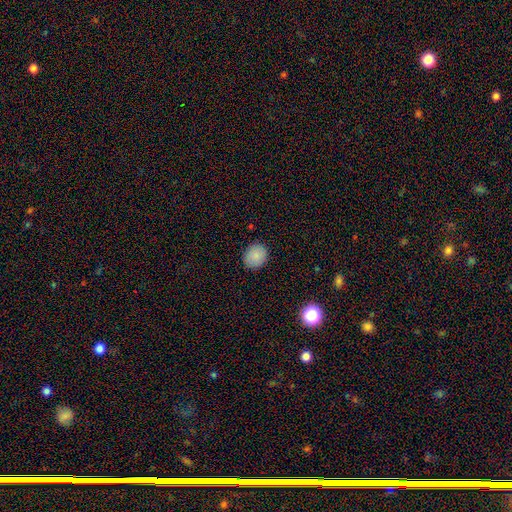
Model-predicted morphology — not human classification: Q: Smooth or featured?
A: smooth (86%); runner-up: star or artifact (9%)
Q: How rounded?
A: round (72%); runner-up: in between (27%)
Q: Merging?
A: none (88%); runner-up: minor disturbance (9%)